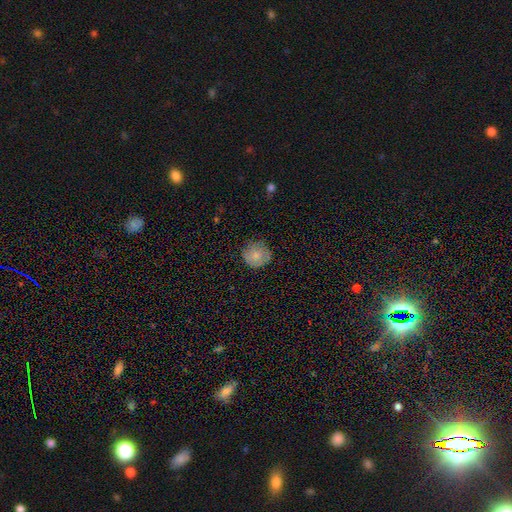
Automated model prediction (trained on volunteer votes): Smooth or featured? smooth (77%)
How rounded? round (91%)
Merging? none (80%)